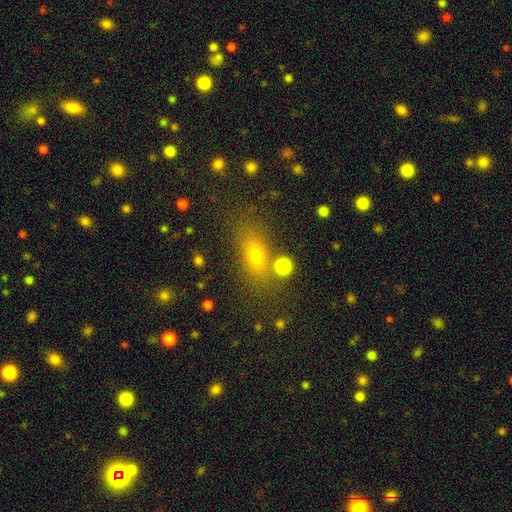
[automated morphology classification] A smooth galaxy with no disk features (68%) that is in between round and cigar-shaped (65%).

Vote fractions:
- Smooth or featured? smooth: 68% / star or artifact: 17% / featured or disk: 15%
- How rounded? in between: 65% / cigar-shaped: 19% / round: 16%
- Merging? none: 71% / minor disturbance: 13% / merger: 9% / major disturbance: 6%